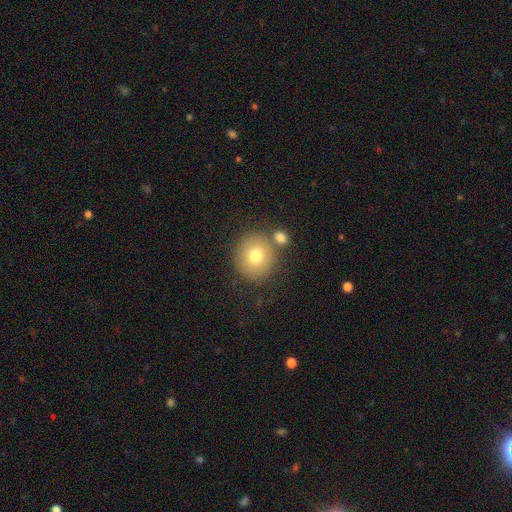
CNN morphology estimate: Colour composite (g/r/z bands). It shows a smooth galaxy with no disk features (76%) that is round (86%). Merging: none (71%).